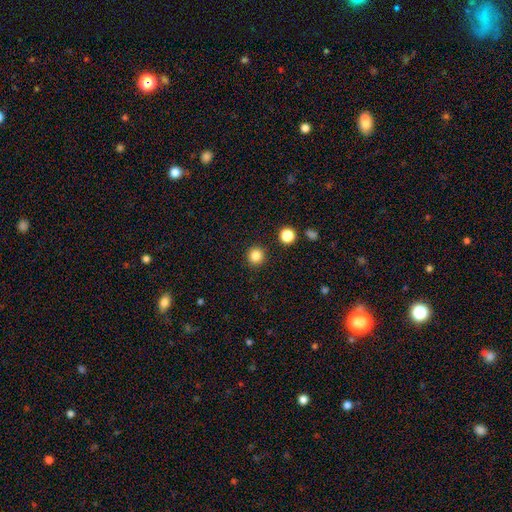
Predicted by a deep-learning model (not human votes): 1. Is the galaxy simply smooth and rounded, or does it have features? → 85% smooth, 12% star or artifact, 4% featured or disk.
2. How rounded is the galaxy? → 94% round, 5% in between, 1% cigar-shaped.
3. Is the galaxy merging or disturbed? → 92% none, 5% minor disturbance, 2% major disturbance, 2% merger.